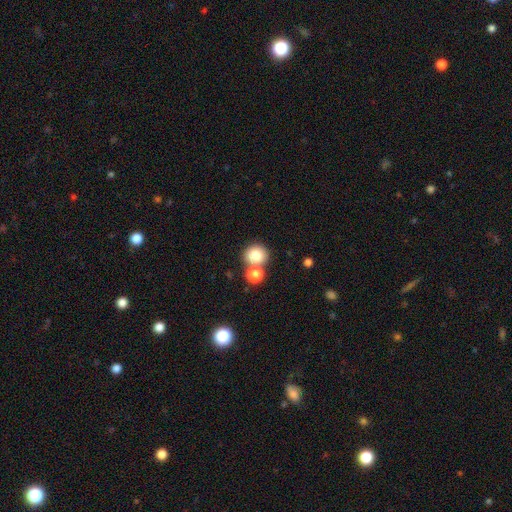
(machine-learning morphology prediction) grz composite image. It shows a smooth galaxy with no disk features (80%) that is round (87%). Merging: none (60%).